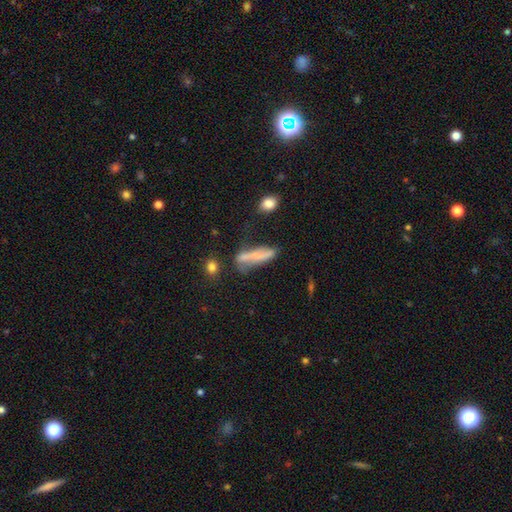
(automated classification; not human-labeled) Q: Smooth or featured?
A: smooth (55%); runner-up: featured or disk (33%)
Q: How rounded?
A: cigar-shaped (72%); runner-up: in between (25%)
Q: Merging?
A: none (41%); runner-up: minor disturbance (26%)